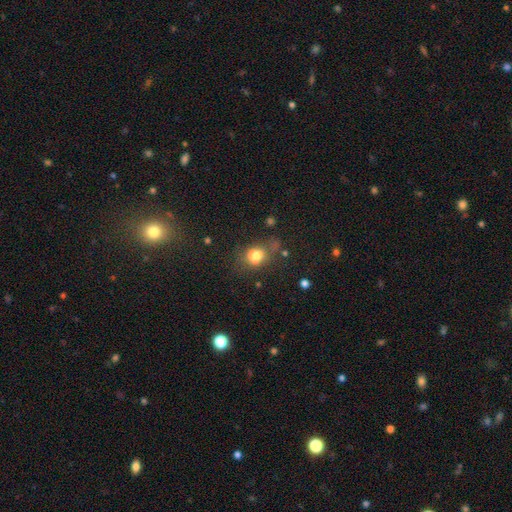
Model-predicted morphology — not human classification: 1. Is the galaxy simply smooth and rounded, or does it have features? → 76% smooth, 13% star or artifact, 11% featured or disk.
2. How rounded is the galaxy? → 62% round, 37% in between, 1% cigar-shaped.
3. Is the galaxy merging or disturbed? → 55% none, 23% minor disturbance, 14% major disturbance, 8% merger.